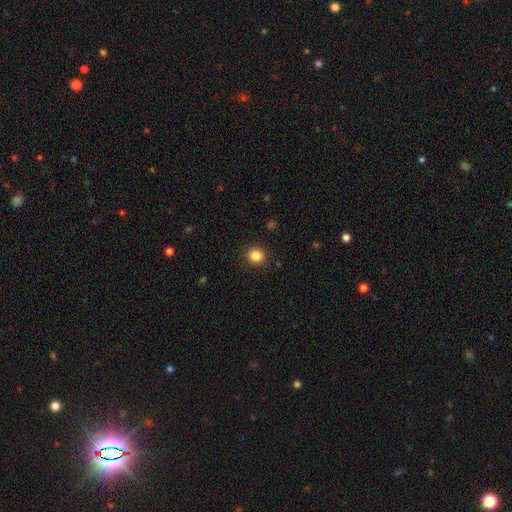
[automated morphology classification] Q: Smooth or featured?
A: smooth (85%); runner-up: star or artifact (11%)
Q: How rounded?
A: round (90%); runner-up: in between (9%)
Q: Merging?
A: none (91%); runner-up: minor disturbance (6%)